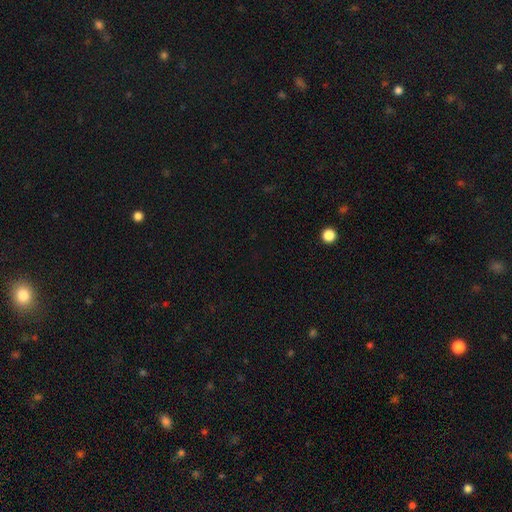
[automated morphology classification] Smooth or featured?
  - star or artifact: 69% *
  - smooth: 24%
  - featured or disk: 7%